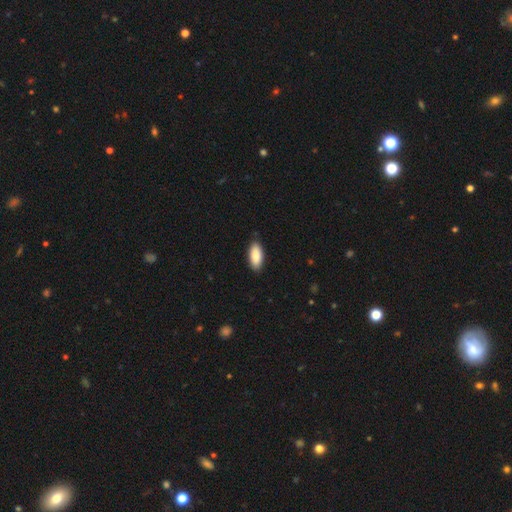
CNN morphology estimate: This appears to be a smooth galaxy with no disk features (88%) that is in between round and cigar-shaped (89%). Merging: none (87%).